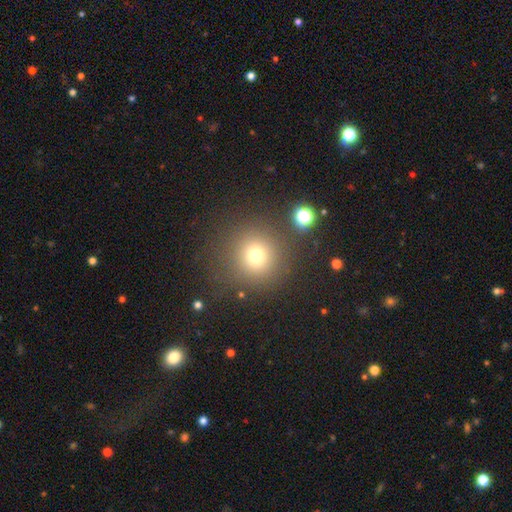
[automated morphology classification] A smooth galaxy with no disk features (73%) that is round (93%).

Vote fractions:
- Smooth or featured? smooth: 73% / star or artifact: 18% / featured or disk: 9%
- How rounded? round: 93% / in between: 6% / cigar-shaped: 1%
- Merging? none: 82% / minor disturbance: 9% / major disturbance: 5% / merger: 4%